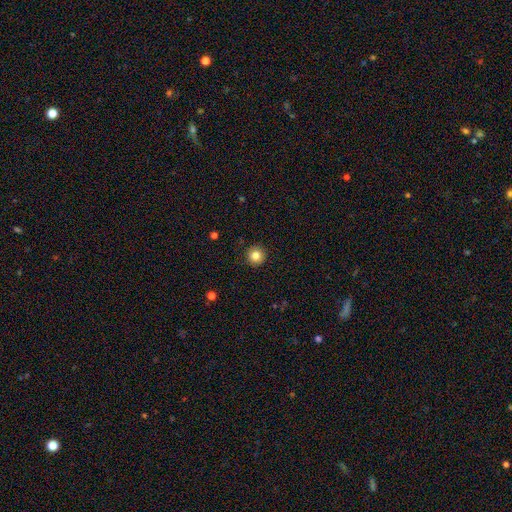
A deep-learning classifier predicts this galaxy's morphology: Smooth or featured?
  - smooth: 83% *
  - star or artifact: 11%
  - featured or disk: 7%
How rounded?
  - round: 96% *
  - in between: 3%
  - cigar-shaped: 1%
Merging?
  - none: 92% *
  - minor disturbance: 5%
  - major disturbance: 2%
  - merger: 1%